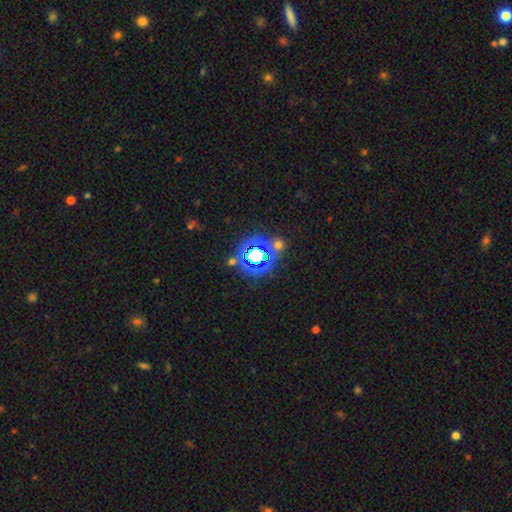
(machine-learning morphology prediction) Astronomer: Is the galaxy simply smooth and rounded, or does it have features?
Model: star or artifact — 69%.